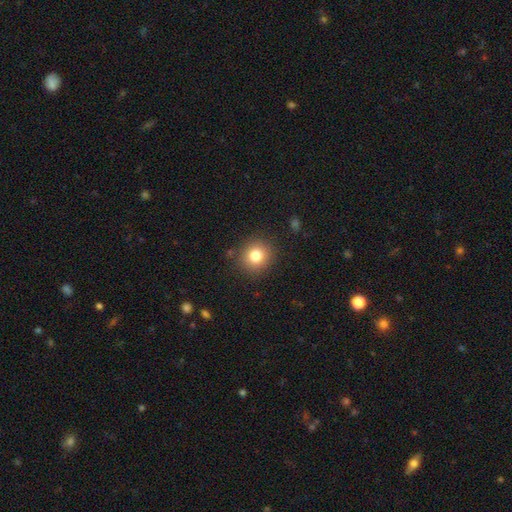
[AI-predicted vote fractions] Smooth or featured? smooth (81%)
How rounded? round (88%)
Merging? none (88%)